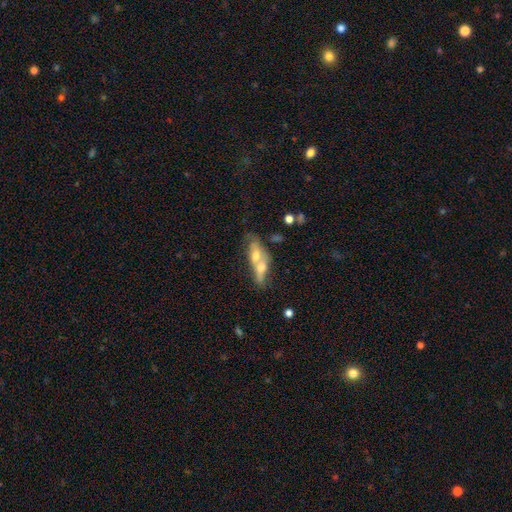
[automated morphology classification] A smooth galaxy with no disk features (54%) that is in between round and cigar-shaped (67%).

Vote fractions:
- Smooth or featured? smooth: 54% / featured or disk: 38% / star or artifact: 8%
- How rounded? in between: 67% / cigar-shaped: 24% / round: 9%
- Merging? merger: 71% / none: 15% / minor disturbance: 7% / major disturbance: 6%